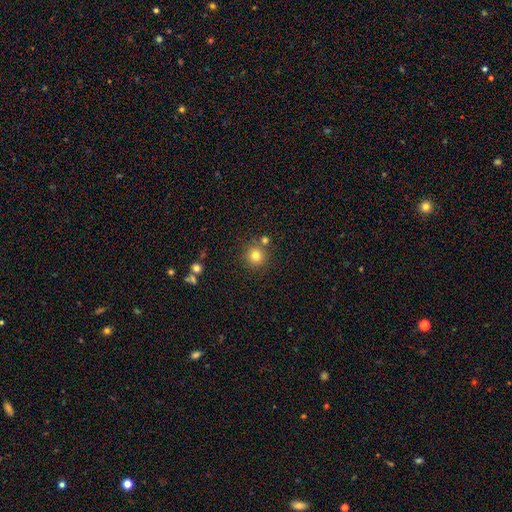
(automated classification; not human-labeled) smooth_or_featured: smooth (p=0.79) [alt: star or artifact p=0.13]
how_rounded: round (p=0.94) [alt: in between p=0.05]
merging: none (p=0.79) [alt: merger p=0.11]